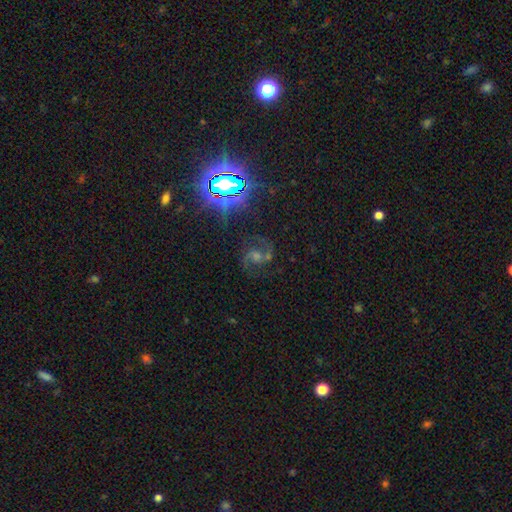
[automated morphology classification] featured or disk 66%, star or artifact 25%, smooth 9%. Down the decision tree: edge-on disk — no (97%); bar — no (43%); spiral arms — yes (95%); spiral arm count — 2 (88%); spiral winding — medium (52%); bulge size — moderate (42%); merging — none (70%).